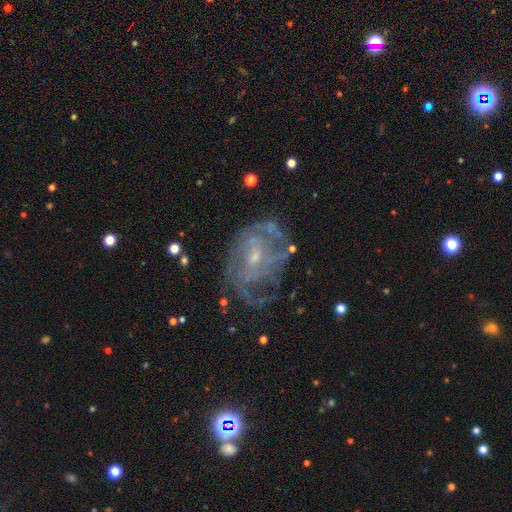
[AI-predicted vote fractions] This appears to be a featured or disk galaxy (79%) with no bar (51%), tight (41%) spiral arms (77%) and a small central bulge (67%). Merging: none (51%).